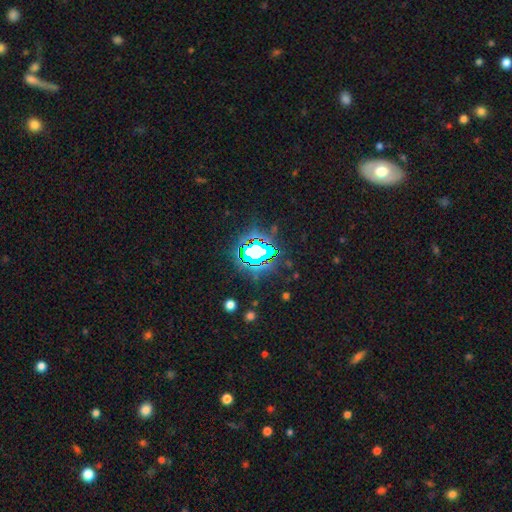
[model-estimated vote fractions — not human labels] smooth_or_featured: star or artifact (p=0.73) [alt: smooth p=0.16]